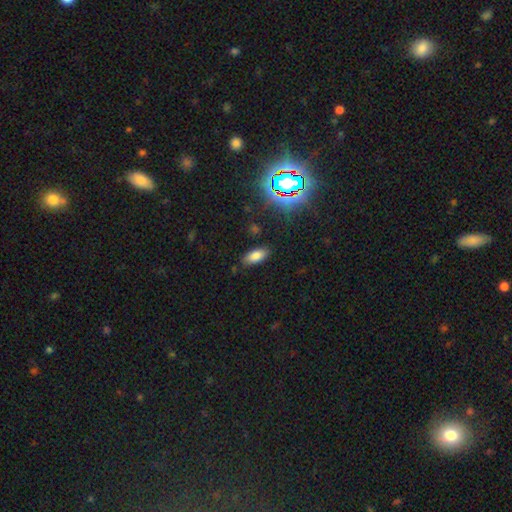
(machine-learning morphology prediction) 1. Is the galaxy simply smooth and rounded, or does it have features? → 78% smooth, 14% star or artifact, 8% featured or disk.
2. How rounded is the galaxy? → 86% in between, 10% cigar-shaped, 3% round.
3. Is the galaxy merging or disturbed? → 85% none, 11% minor disturbance, 3% major disturbance, 2% merger.